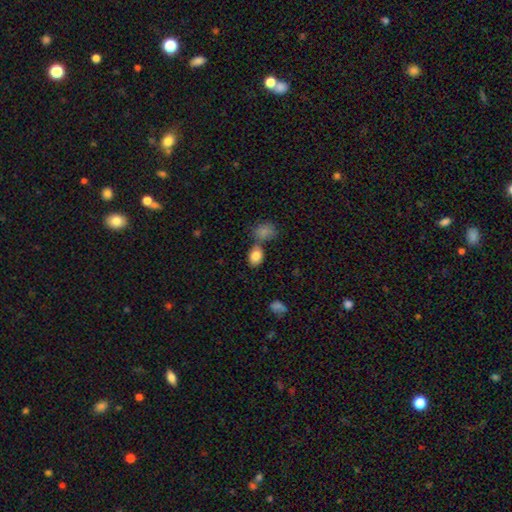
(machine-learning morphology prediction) type=smooth (84%); roundness=in between (73%); merging=none (57%).